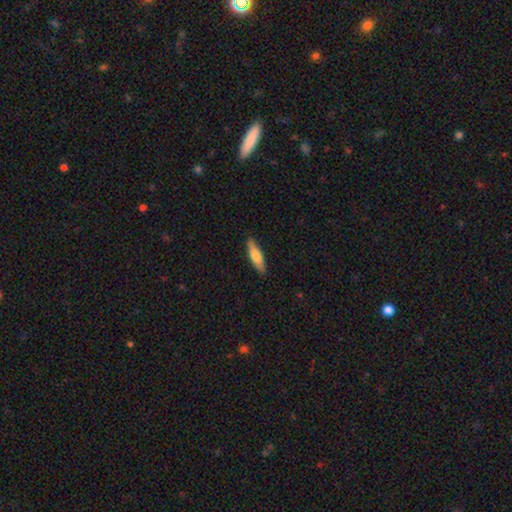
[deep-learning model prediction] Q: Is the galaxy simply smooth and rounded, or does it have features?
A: smooth — 71%.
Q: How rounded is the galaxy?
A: cigar-shaped — 60%.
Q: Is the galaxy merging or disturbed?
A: none — 89%.